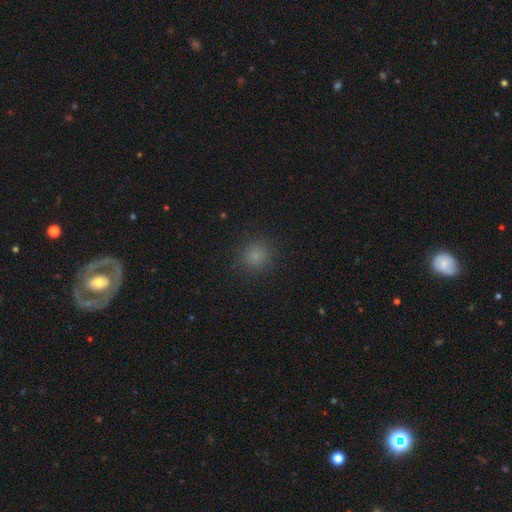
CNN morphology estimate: smooth 80%, star or artifact 15%, featured or disk 4%. Down the decision tree: how rounded — round (88%); merging — none (88%).